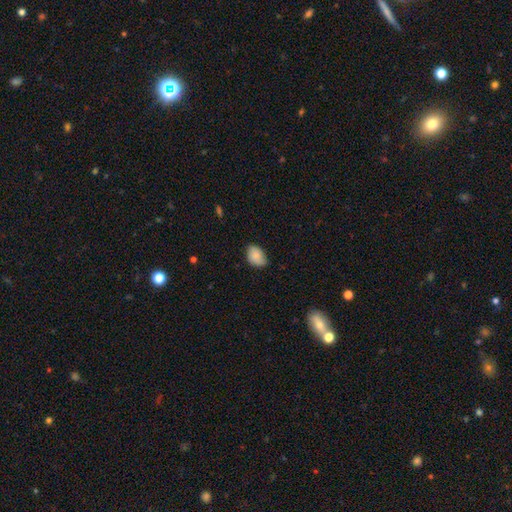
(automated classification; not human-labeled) A smooth galaxy with no disk features (85%) that is in between round and cigar-shaped (80%).

Vote fractions:
- Smooth or featured? smooth: 85% / featured or disk: 8% / star or artifact: 7%
- How rounded? in between: 80% / round: 19% / cigar-shaped: 1%
- Merging? none: 65% / minor disturbance: 29% / major disturbance: 4% / merger: 1%